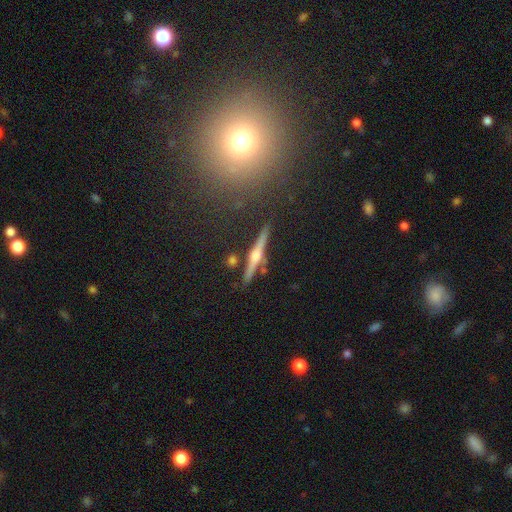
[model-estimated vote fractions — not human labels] Q: Smooth or featured?
A: featured or disk (77%); runner-up: smooth (14%)
Q: Edge-on disk?
A: yes (98%); runner-up: no (2%)
Q: Edge-on bulge?
A: rounded (87%); runner-up: boxy (7%)
Q: Merging?
A: none (86%); runner-up: minor disturbance (8%)